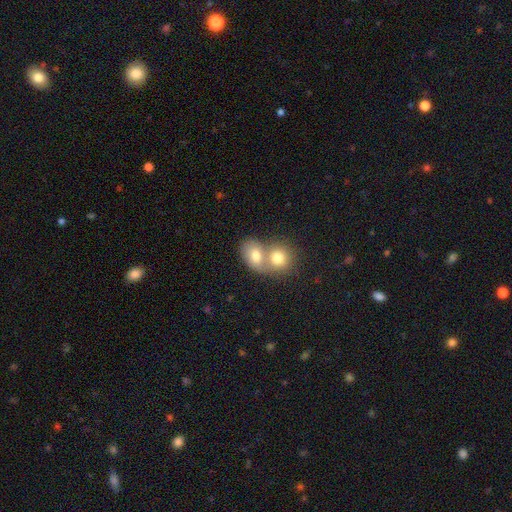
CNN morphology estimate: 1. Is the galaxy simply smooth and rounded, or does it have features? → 74% smooth, 18% featured or disk, 8% star or artifact.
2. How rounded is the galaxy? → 54% in between, 45% round, 1% cigar-shaped.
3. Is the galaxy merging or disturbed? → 69% merger, 23% none, 6% minor disturbance, 3% major disturbance.